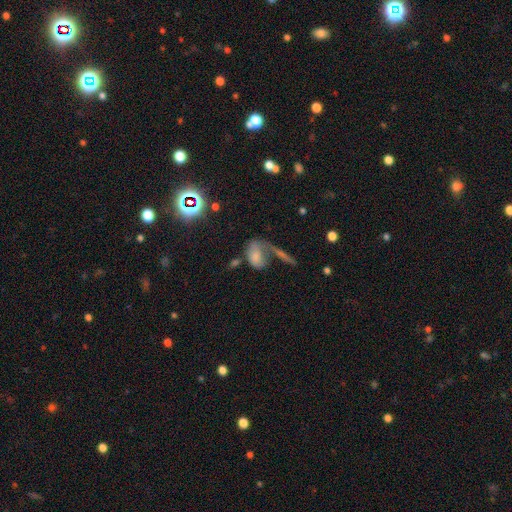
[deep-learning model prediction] smooth 65%, featured or disk 21%, star or artifact 14%. Down the decision tree: how rounded — in between (83%); merging — merger (32%).